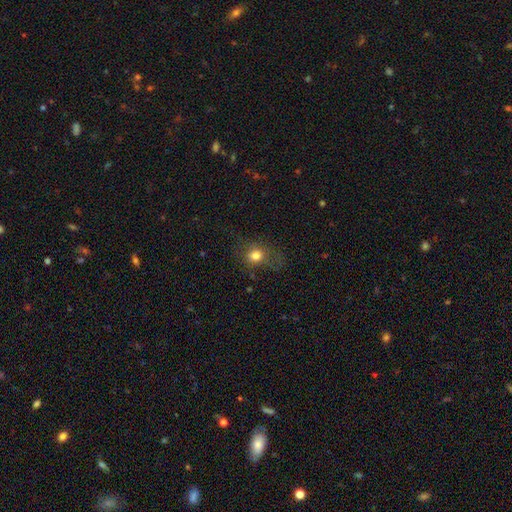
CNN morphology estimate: smooth-or-featured: smooth: 76% | star or artifact: 13% | featured or disk: 11%
  how-rounded: round: 64% | in between: 34% | cigar-shaped: 1%
  merging: none: 60% | minor disturbance: 21% | major disturbance: 17% | merger: 2%